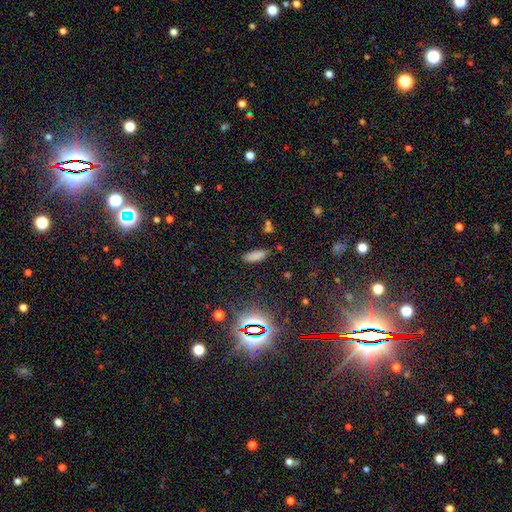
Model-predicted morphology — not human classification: Smooth or featured?
  - smooth: 78% *
  - star or artifact: 16%
  - featured or disk: 6%
How rounded?
  - in between: 69% *
  - cigar-shaped: 28%
  - round: 3%
Merging?
  - none: 84% *
  - minor disturbance: 10%
  - merger: 3%
  - major disturbance: 3%